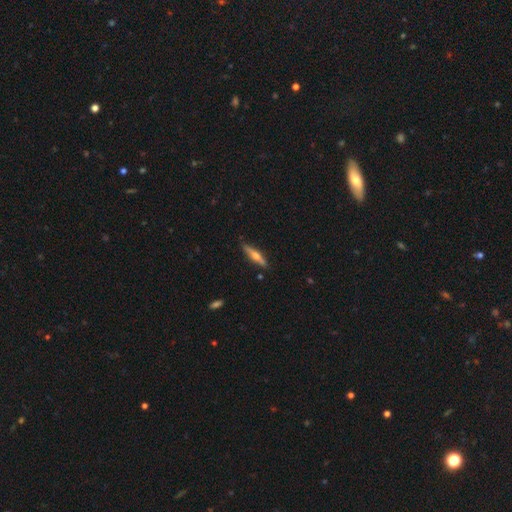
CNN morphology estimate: A featured or disk galaxy (57%) viewed edge-on (95%) with a rounded central bulge (89%). Merging: none (86%).